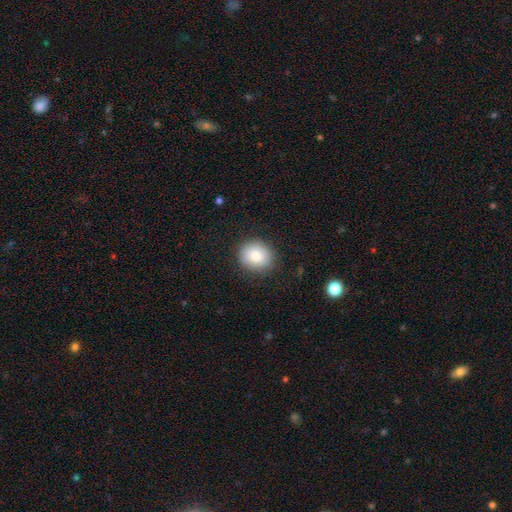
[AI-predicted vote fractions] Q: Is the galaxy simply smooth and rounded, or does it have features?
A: smooth — 82%.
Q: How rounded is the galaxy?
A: round — 78%.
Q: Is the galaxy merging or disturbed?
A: none — 86%.